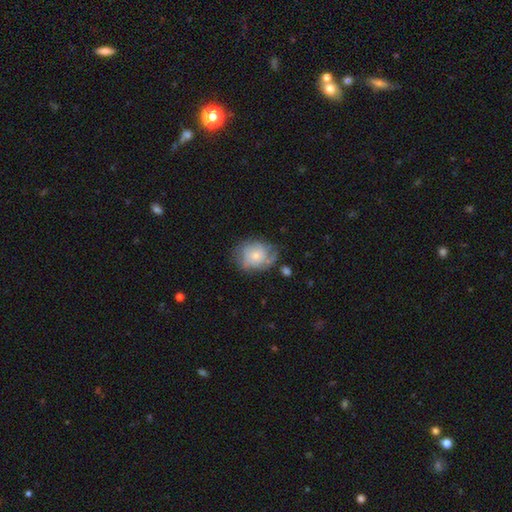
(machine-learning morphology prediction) Smooth or featured: featured or disk — 48% (smooth — 44%)
Merging: none — 53% (minor disturbance — 28%)